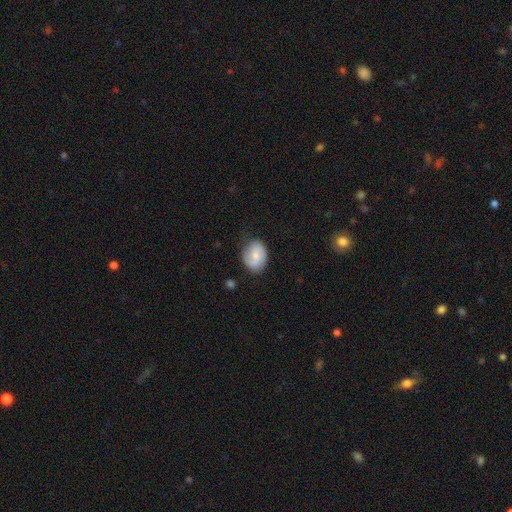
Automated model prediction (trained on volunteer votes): smooth-or-featured: smooth: 56% | featured or disk: 37% | star or artifact: 7%
  how-rounded: in between: 62% | round: 37% | cigar-shaped: 1%
  merging: none: 75% | minor disturbance: 20% | major disturbance: 5% | merger: 1%